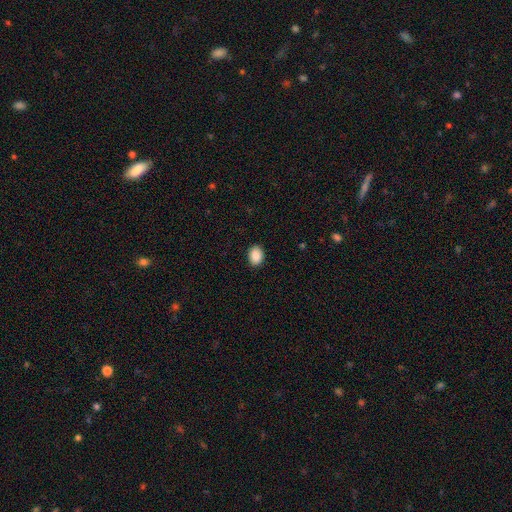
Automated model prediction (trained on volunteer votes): A smooth galaxy with no disk features (89%) that is in between round and cigar-shaped (68%). Merging: none (90%).